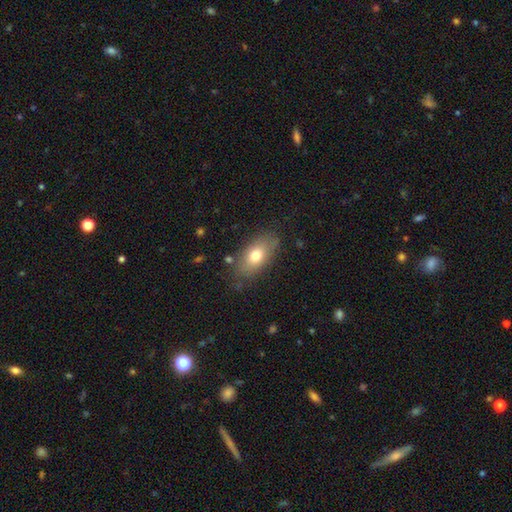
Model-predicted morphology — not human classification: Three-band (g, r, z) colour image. It shows a smooth galaxy with no disk features (73%) that is in between round and cigar-shaped (86%). Merging: none (79%).